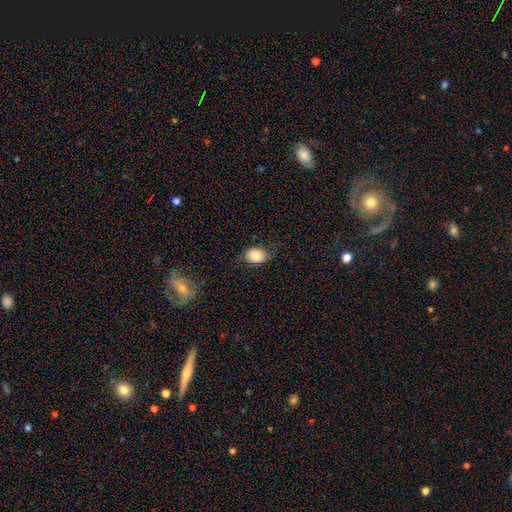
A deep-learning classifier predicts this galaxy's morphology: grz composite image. It shows a smooth galaxy with no disk features (82%) that is in between round and cigar-shaped (70%). Merging: none (72%).